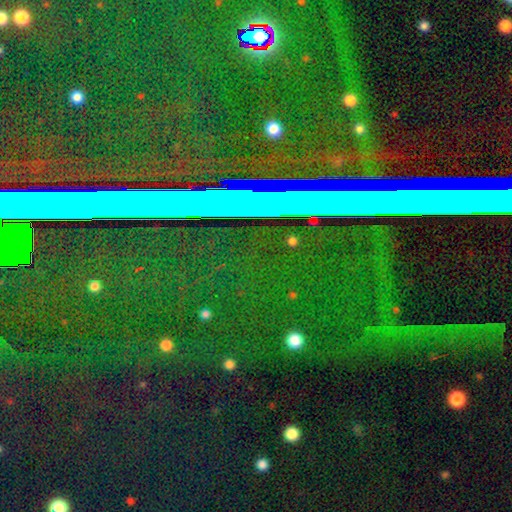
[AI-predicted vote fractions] Smooth or featured?
  - star or artifact: 84% *
  - featured or disk: 8%
  - smooth: 8%